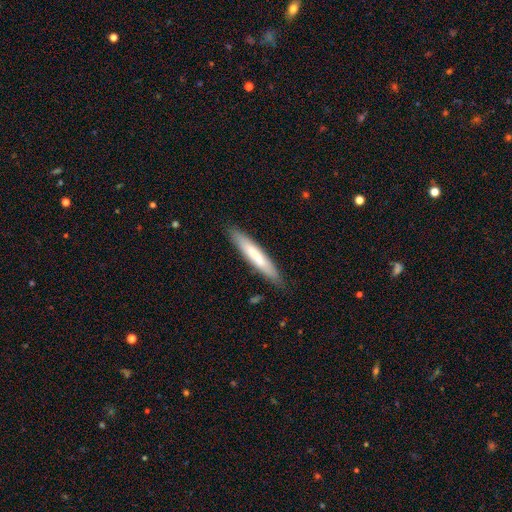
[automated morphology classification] smooth 68%, featured or disk 26%, star or artifact 5%. Down the decision tree: how rounded — cigar-shaped (91%); merging — none (87%).